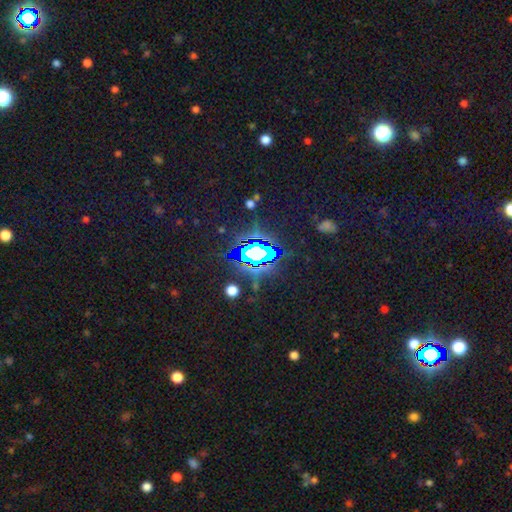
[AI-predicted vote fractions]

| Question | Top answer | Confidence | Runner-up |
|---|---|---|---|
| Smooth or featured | star or artifact | 74% | smooth (14%) |